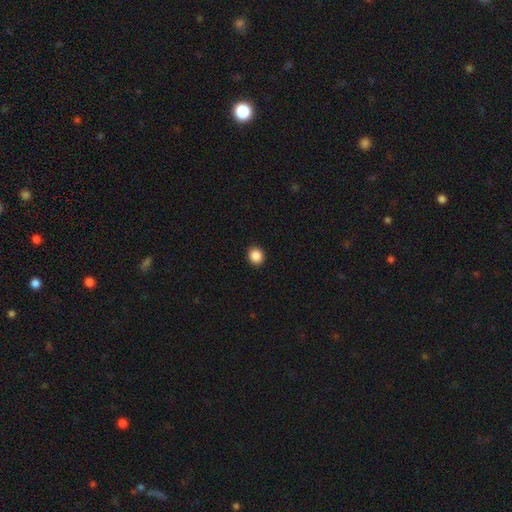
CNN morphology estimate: smooth-or-featured: smooth: 88% | star or artifact: 9% | featured or disk: 3%
  how-rounded: round: 80% | in between: 19% | cigar-shaped: 1%
  merging: none: 91% | minor disturbance: 6% | major disturbance: 2% | merger: 1%